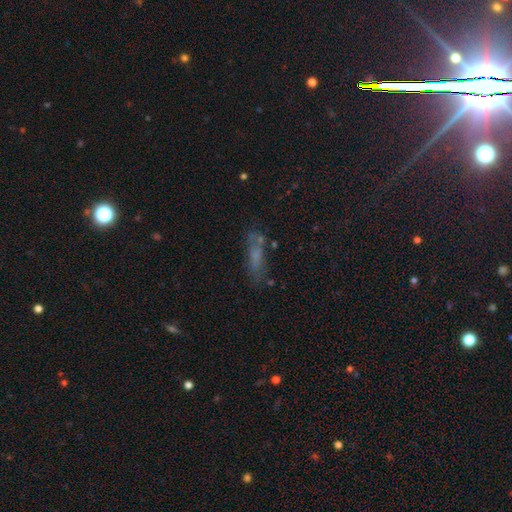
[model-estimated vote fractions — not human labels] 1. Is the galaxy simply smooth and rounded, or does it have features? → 54% smooth, 29% featured or disk, 18% star or artifact.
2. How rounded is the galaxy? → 61% cigar-shaped, 35% in between, 3% round.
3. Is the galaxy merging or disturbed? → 59% none, 21% minor disturbance, 12% major disturbance, 8% merger.